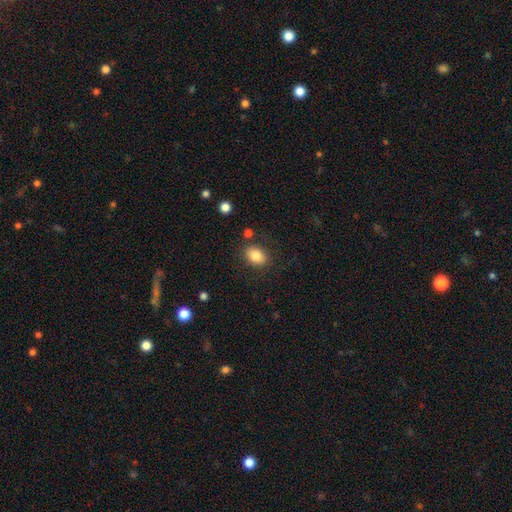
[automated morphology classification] This appears to be a smooth galaxy with no disk features (83%) that is in between round and cigar-shaped (76%). Merging: none (82%).